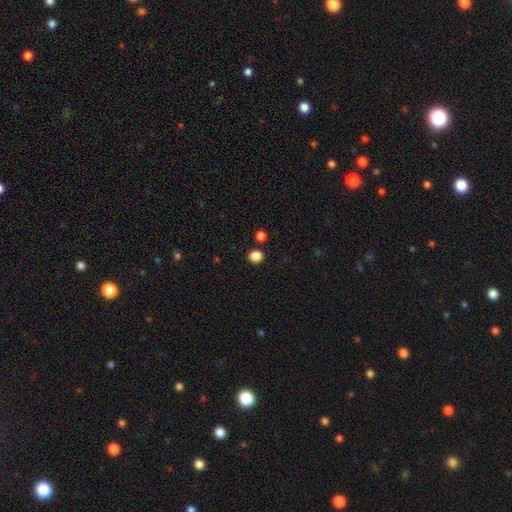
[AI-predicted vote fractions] Smooth or featured? smooth (85%)
How rounded? round (81%)
Merging? none (87%)